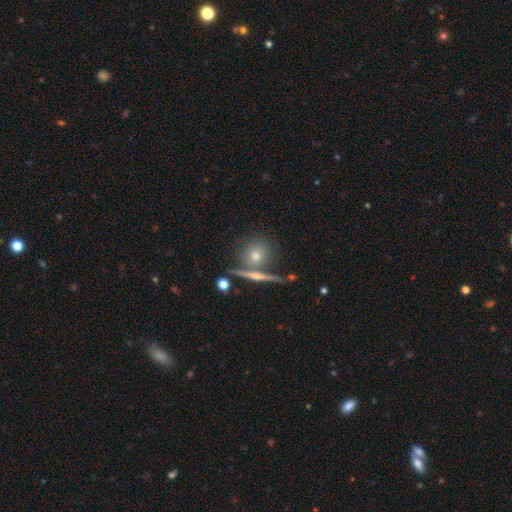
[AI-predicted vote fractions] The model was most divided on "smooth or featured": smooth: 62%, featured or disk: 27%, star or artifact: 11%. More confident: how rounded — round (86%); merging — none (66%).